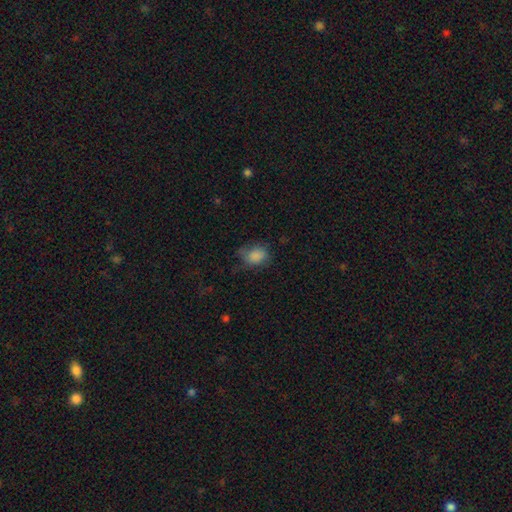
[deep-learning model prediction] A smooth galaxy with no disk features (81%) that is in between round and cigar-shaped (65%).

Vote fractions:
- Smooth or featured? smooth: 81% / star or artifact: 10% / featured or disk: 9%
- How rounded? in between: 65% / round: 34% / cigar-shaped: 1%
- Merging? none: 49% / minor disturbance: 30% / major disturbance: 19% / merger: 2%